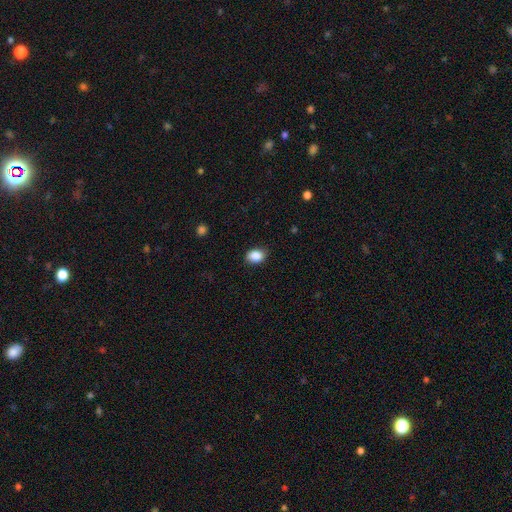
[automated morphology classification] A smooth galaxy with no disk features (88%) that is in between round and cigar-shaped (70%).

Vote fractions:
- Smooth or featured? smooth: 88% / star or artifact: 8% / featured or disk: 4%
- How rounded? in between: 70% / round: 29% / cigar-shaped: 1%
- Merging? none: 83% / minor disturbance: 13% / major disturbance: 3% / merger: 1%